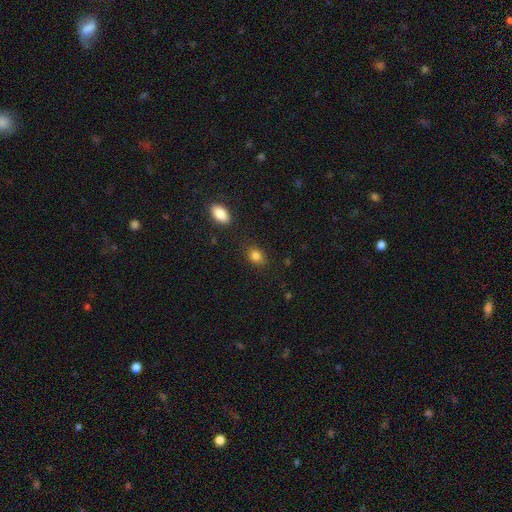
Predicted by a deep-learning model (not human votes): Smooth or featured?
  - smooth: 84% *
  - star or artifact: 11%
  - featured or disk: 5%
How rounded?
  - in between: 62% *
  - round: 36%
  - cigar-shaped: 1%
Merging?
  - none: 81% *
  - minor disturbance: 12%
  - major disturbance: 3%
  - merger: 3%